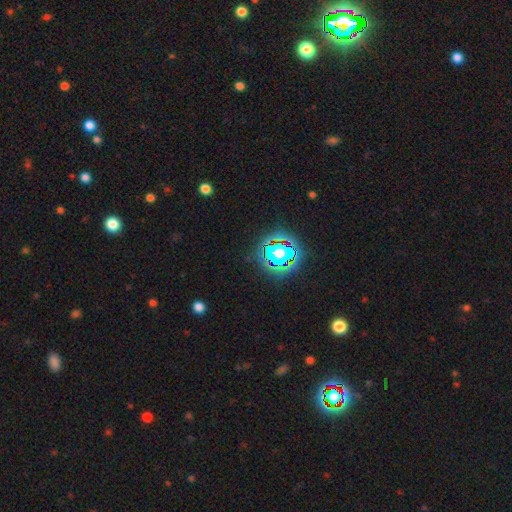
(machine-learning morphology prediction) smooth_or_featured: star or artifact (p=0.77) [alt: smooth p=0.14]